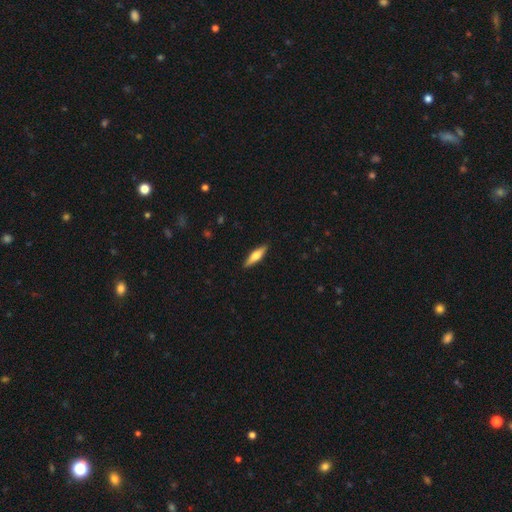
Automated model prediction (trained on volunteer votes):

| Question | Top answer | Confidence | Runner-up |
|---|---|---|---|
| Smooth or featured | smooth | 50% | featured or disk (44%) |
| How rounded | cigar-shaped | 68% | in between (30%) |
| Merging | none | 90% | minor disturbance (7%) |